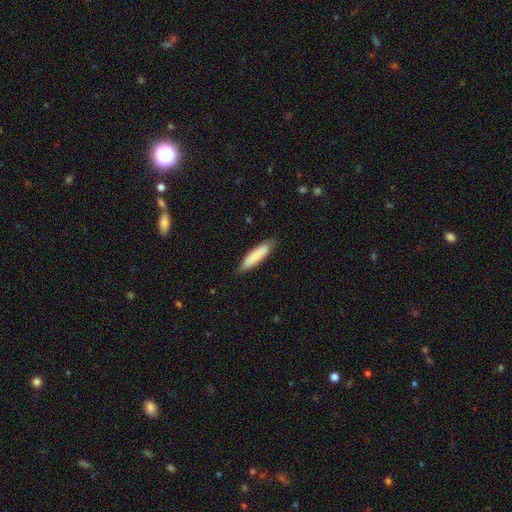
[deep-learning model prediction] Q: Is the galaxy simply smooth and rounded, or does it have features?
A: smooth — 82%.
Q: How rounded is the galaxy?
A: cigar-shaped — 72%.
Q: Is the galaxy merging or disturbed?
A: none — 81%.